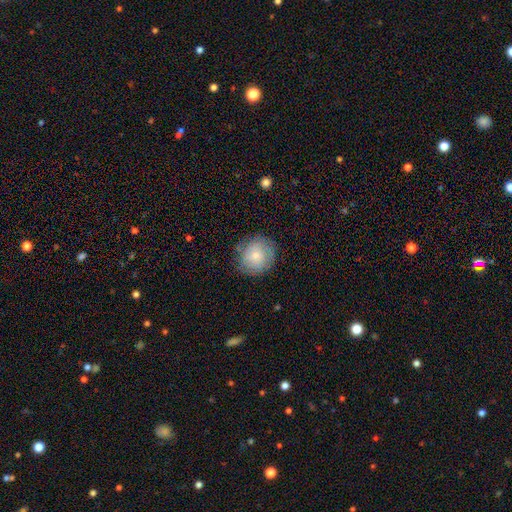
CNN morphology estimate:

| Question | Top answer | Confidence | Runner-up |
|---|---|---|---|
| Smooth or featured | smooth | 65% | featured or disk (28%) |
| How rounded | round | 87% | in between (12%) |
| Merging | none | 78% | minor disturbance (16%) |